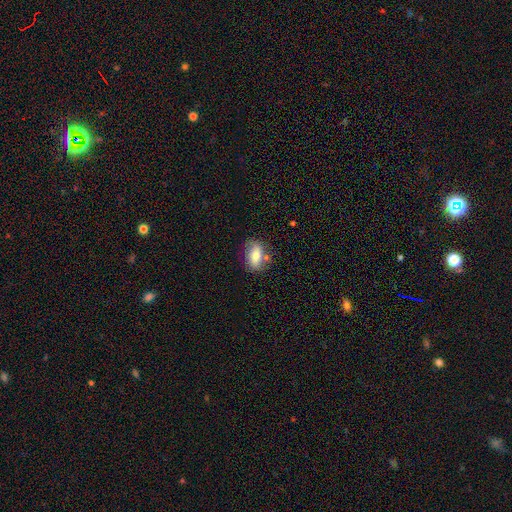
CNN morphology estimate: Q: Smooth or featured?
A: smooth (67%); runner-up: featured or disk (25%)
Q: How rounded?
A: in between (83%); runner-up: round (11%)
Q: Merging?
A: none (69%); runner-up: minor disturbance (18%)